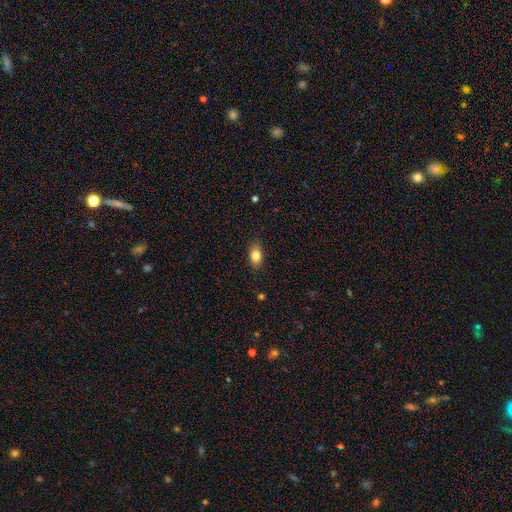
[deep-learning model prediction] Q: Smooth or featured?
A: smooth (83%); runner-up: star or artifact (9%)
Q: How rounded?
A: in between (85%); runner-up: round (12%)
Q: Merging?
A: none (87%); runner-up: minor disturbance (10%)